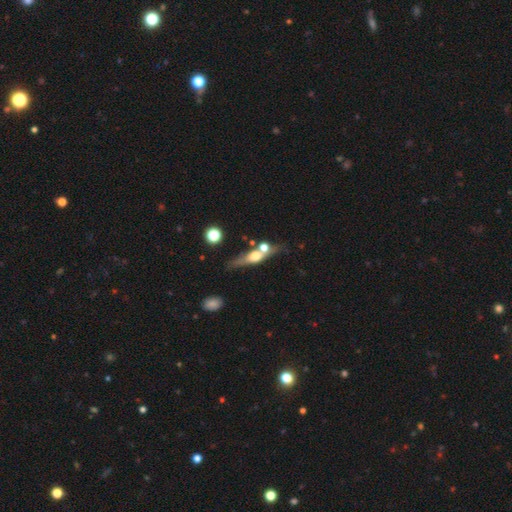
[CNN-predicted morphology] A featured or disk galaxy (58%) viewed edge-on (86%).

Vote fractions:
- Smooth or featured? featured or disk: 58% / smooth: 34% / star or artifact: 8%
- Edge-on disk? yes: 86% / no: 14%
- Merging? none: 58% / merger: 23% / minor disturbance: 14% / major disturbance: 5%